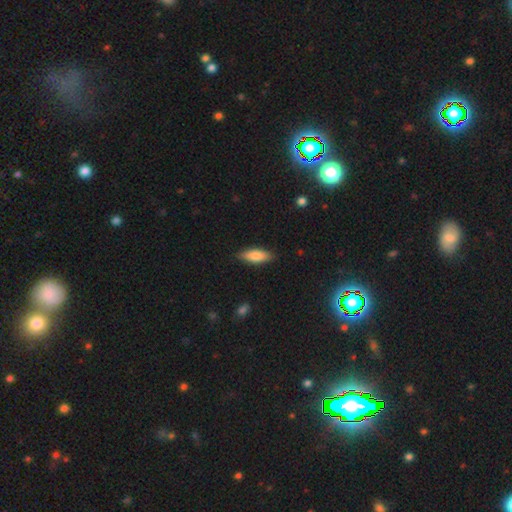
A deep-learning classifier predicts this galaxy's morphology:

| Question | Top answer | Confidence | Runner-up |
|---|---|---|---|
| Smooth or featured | smooth | 80% | featured or disk (14%) |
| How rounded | in between | 61% | cigar-shaped (37%) |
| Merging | none | 86% | minor disturbance (11%) |